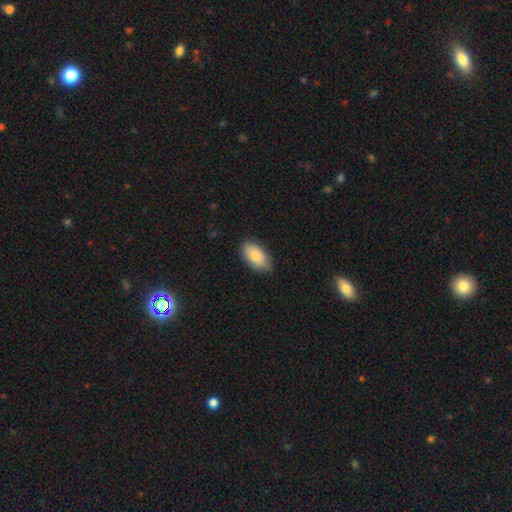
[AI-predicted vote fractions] Smooth or featured?
  - smooth: 84% *
  - featured or disk: 10%
  - star or artifact: 6%
How rounded?
  - in between: 94% *
  - round: 3%
  - cigar-shaped: 3%
Merging?
  - none: 82% *
  - minor disturbance: 15%
  - major disturbance: 2%
  - merger: 1%